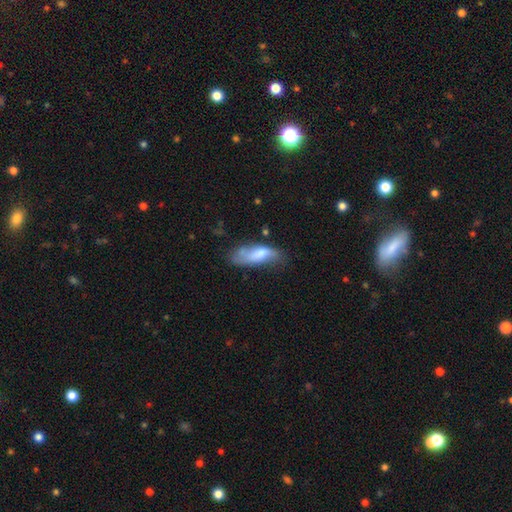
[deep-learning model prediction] Smooth or featured? smooth (61%)
How rounded? in between (65%)
Merging? none (48%)